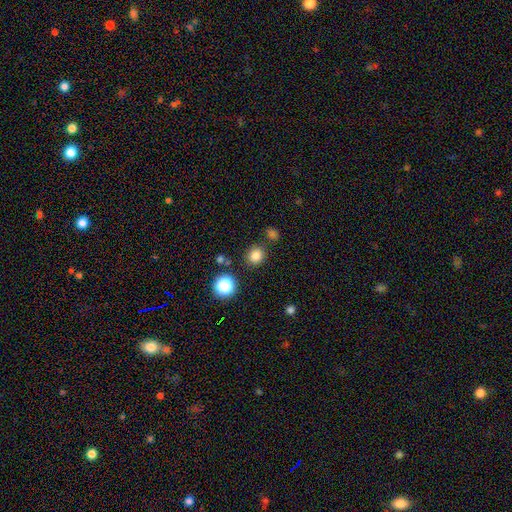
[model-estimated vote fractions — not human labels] A smooth galaxy with no disk features (81%) that is round (81%).

Vote fractions:
- Smooth or featured? smooth: 81% / star or artifact: 14% / featured or disk: 4%
- How rounded? round: 81% / in between: 18% / cigar-shaped: 1%
- Merging? none: 83% / minor disturbance: 9% / merger: 5% / major disturbance: 3%